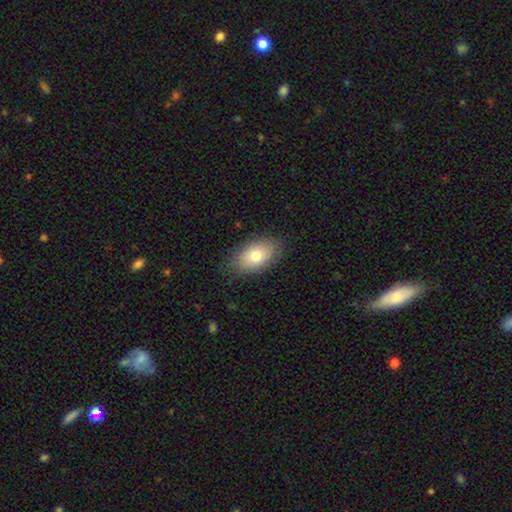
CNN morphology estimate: Overall: smooth (76%). How rounded: in between (91%). Merging: none (83%).